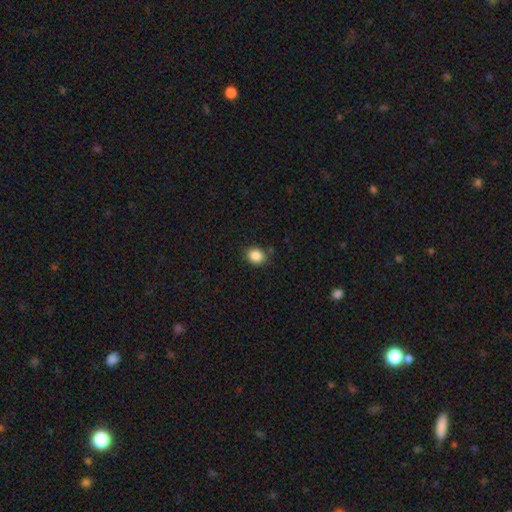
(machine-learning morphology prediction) type=smooth (86%); roundness=round (70%); merging=none (83%).